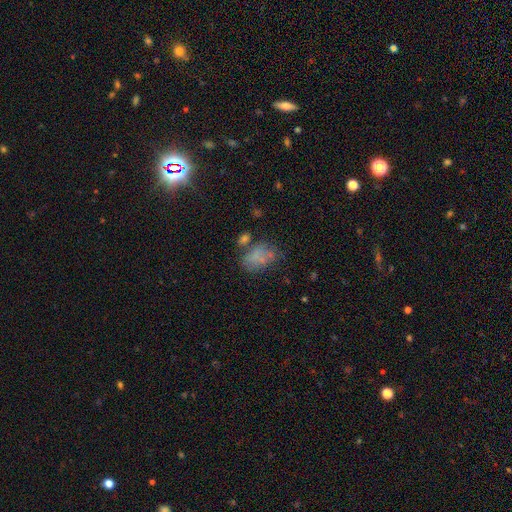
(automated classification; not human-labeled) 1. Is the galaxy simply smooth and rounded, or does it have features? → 64% smooth, 21% featured or disk, 15% star or artifact.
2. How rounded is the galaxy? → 82% in between, 16% round, 2% cigar-shaped.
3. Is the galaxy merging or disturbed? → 42% none, 23% minor disturbance, 18% merger, 17% major disturbance.